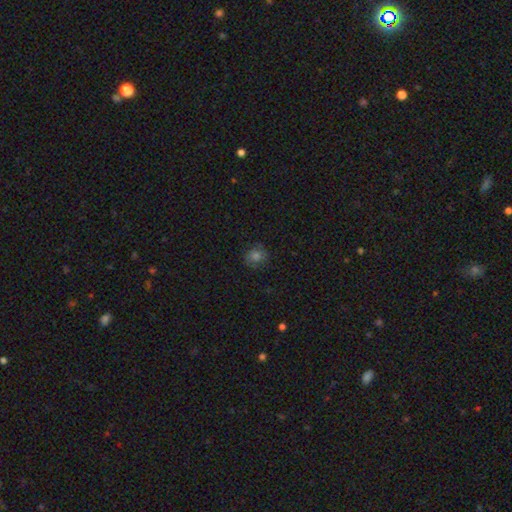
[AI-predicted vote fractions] A smooth galaxy with no disk features (66%) that is round (79%).

Vote fractions:
- Smooth or featured? smooth: 66% / star or artifact: 19% / featured or disk: 15%
- How rounded? round: 79% / in between: 20% / cigar-shaped: 1%
- Merging? none: 81% / minor disturbance: 13% / major disturbance: 4% / merger: 1%